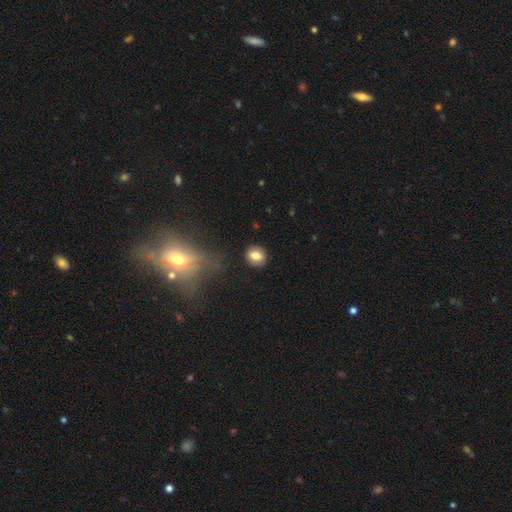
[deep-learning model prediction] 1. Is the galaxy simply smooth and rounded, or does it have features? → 78% smooth, 13% featured or disk, 10% star or artifact.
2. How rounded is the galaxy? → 73% round, 26% in between, 1% cigar-shaped.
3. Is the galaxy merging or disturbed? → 89% none, 7% minor disturbance, 2% major disturbance, 2% merger.